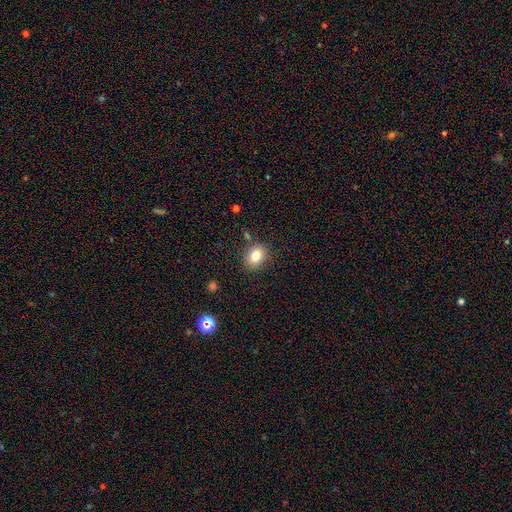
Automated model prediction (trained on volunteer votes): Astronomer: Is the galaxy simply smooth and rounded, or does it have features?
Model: smooth — 80%.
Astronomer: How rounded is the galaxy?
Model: in between — 51% (runner-up: round, 48%).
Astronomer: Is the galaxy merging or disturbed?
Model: none — 83%.